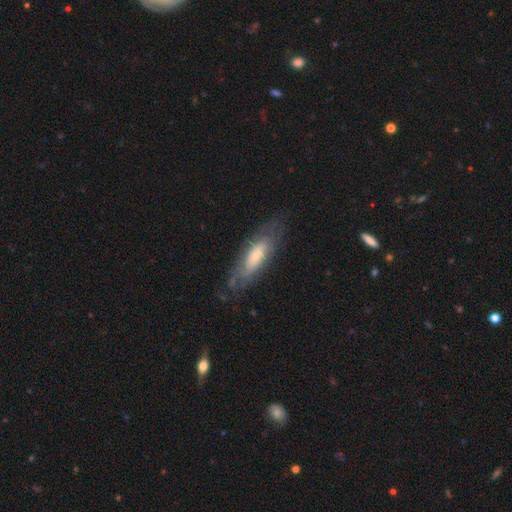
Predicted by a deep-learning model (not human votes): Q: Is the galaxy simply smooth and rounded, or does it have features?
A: featured or disk — 55%.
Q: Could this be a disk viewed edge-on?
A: no — 73%.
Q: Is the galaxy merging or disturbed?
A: none — 66%.